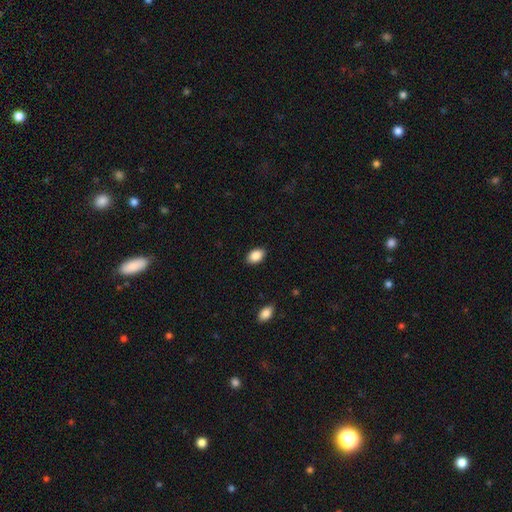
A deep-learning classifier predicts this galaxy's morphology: Smooth or featured? Predicted: smooth (p=0.89). How rounded? Predicted: in between (p=0.87). Merging? Predicted: none (p=0.87).